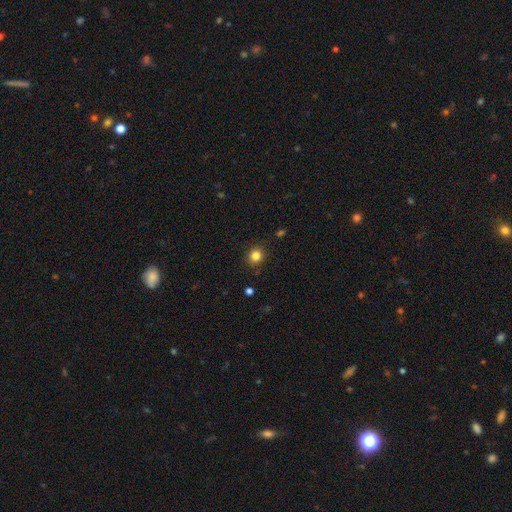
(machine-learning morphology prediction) This appears to be a smooth galaxy with no disk features (83%) that is round (88%). Merging: none (88%).